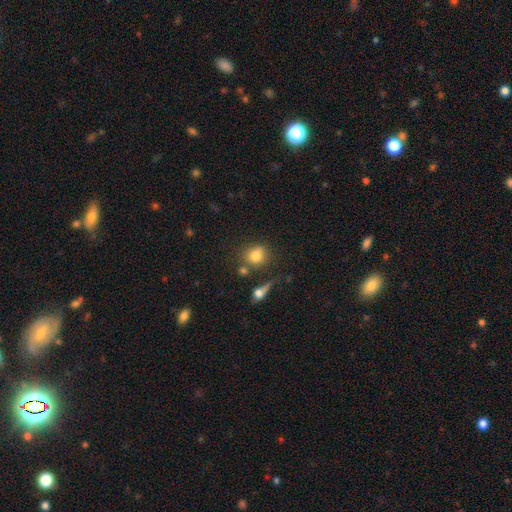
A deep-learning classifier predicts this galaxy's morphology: smooth 77%, featured or disk 12%, star or artifact 11%. Down the decision tree: how rounded — round (66%); merging — none (61%).